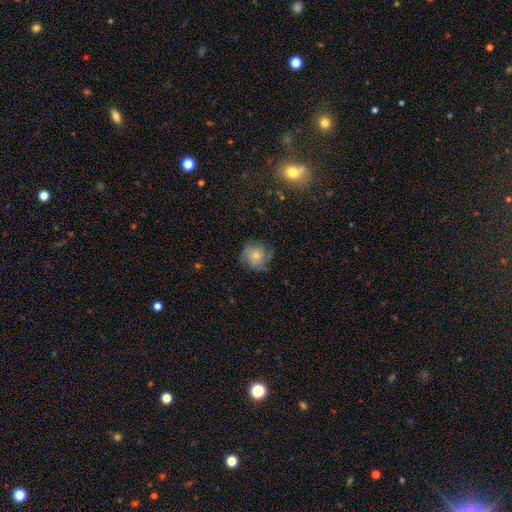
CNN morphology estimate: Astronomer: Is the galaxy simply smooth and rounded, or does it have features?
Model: smooth — 48% (runner-up: featured or disk, 43%).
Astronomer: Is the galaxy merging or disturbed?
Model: none — 71%.